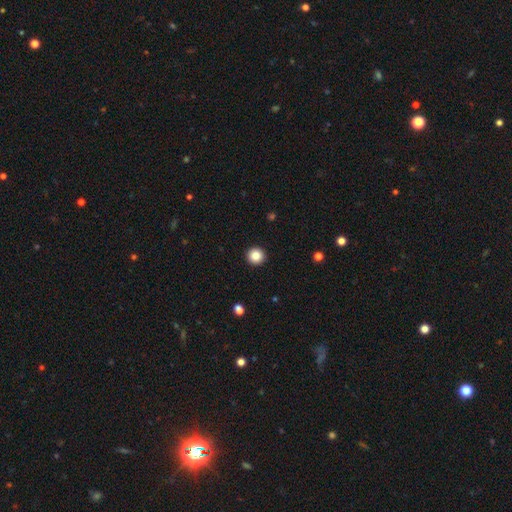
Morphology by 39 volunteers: Smooth or featured: smooth — 92% (star or artifact — 5%)
How rounded: round — 100%
Merging: none — 95% (minor disturbance — 3%)